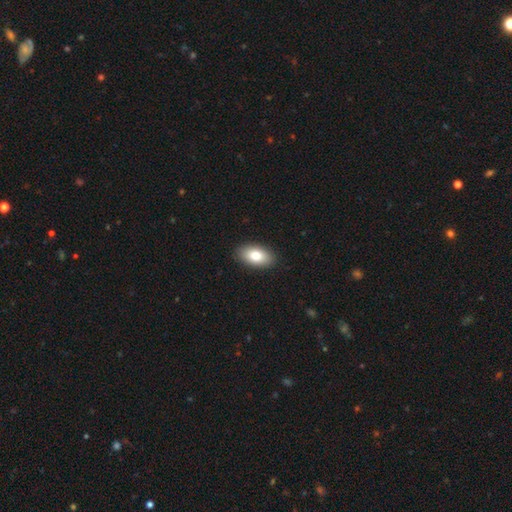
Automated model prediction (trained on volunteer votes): A smooth galaxy with no disk features (79%) that is in between round and cigar-shaped (93%).

Vote fractions:
- Smooth or featured? smooth: 79% / featured or disk: 14% / star or artifact: 7%
- How rounded? in between: 93% / round: 4% / cigar-shaped: 2%
- Merging? none: 90% / minor disturbance: 7% / major disturbance: 2% / merger: 1%